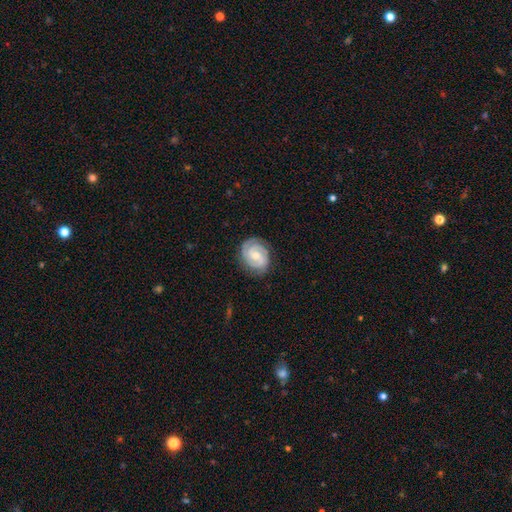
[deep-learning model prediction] Smooth or featured? featured or disk (85%)
Edge-on disk? no (98%)
Bar? no (47%)
Spiral arms? yes (97%)
Spiral winding? tight (69%)
Spiral arm count? 2 (67%)
Bulge size? moderate (49%)
Merging? none (81%)